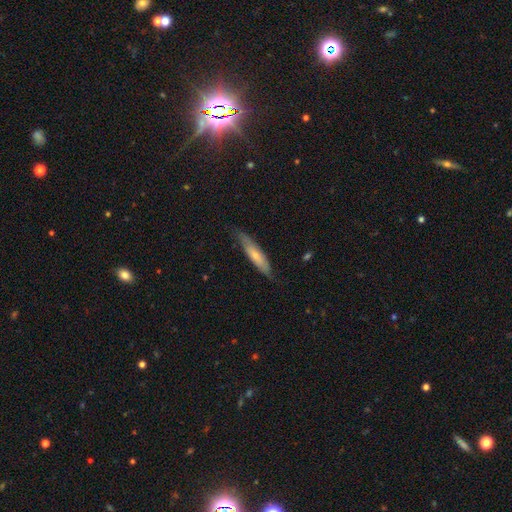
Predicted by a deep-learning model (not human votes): Smooth or featured?
  - smooth: 57% *
  - featured or disk: 38%
  - star or artifact: 5%
How rounded?
  - cigar-shaped: 77% *
  - in between: 21%
  - round: 1%
Merging?
  - none: 72% *
  - minor disturbance: 22%
  - major disturbance: 5%
  - merger: 1%